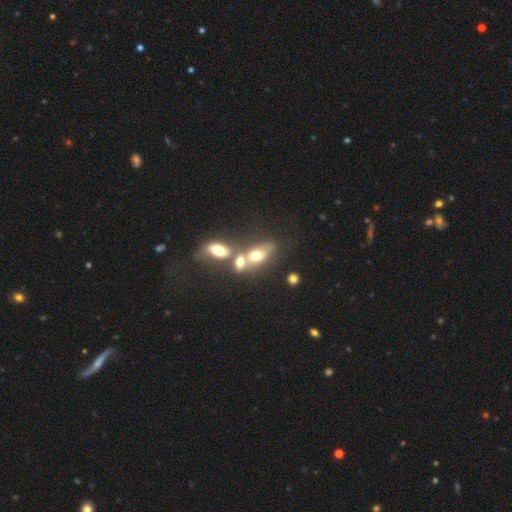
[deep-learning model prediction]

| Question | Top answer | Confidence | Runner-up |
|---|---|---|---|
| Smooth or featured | smooth | 60% | featured or disk (27%) |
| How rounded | in between | 74% | round (18%) |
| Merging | merger | 57% | none (26%) |